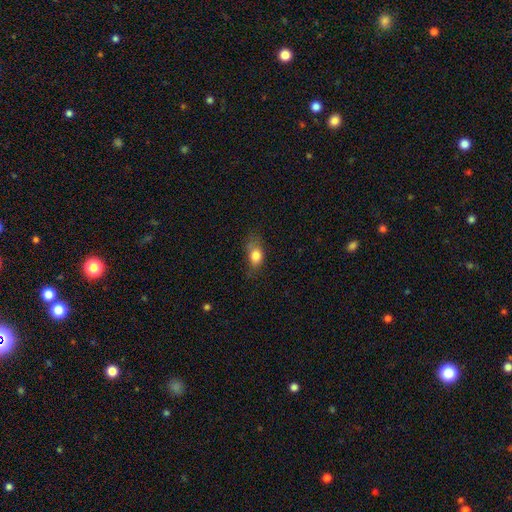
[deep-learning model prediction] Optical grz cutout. It shows a smooth galaxy with no disk features (79%) that is in between round and cigar-shaped (70%). Merging: none (43%).